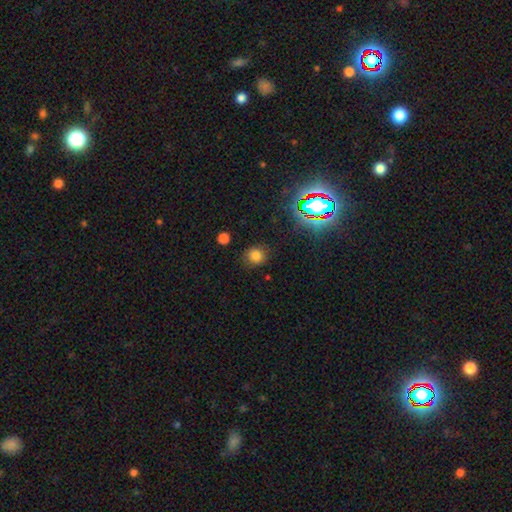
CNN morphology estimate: smooth_or_featured: smooth (p=0.76) [alt: star or artifact p=0.18]
how_rounded: round (p=0.85) [alt: in between p=0.14]
merging: none (p=0.82) [alt: minor disturbance p=0.12]